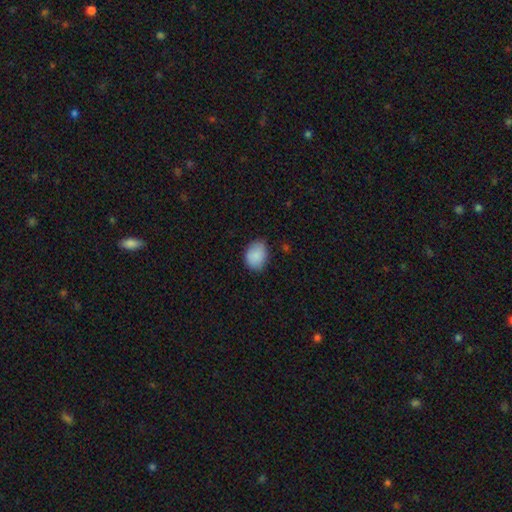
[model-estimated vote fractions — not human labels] A smooth galaxy with no disk features (88%) that is in between round and cigar-shaped (61%).

Vote fractions:
- Smooth or featured? smooth: 88% / star or artifact: 7% / featured or disk: 4%
- How rounded? in between: 61% / round: 38% / cigar-shaped: 1%
- Merging? none: 76% / minor disturbance: 20% / major disturbance: 3% / merger: 1%